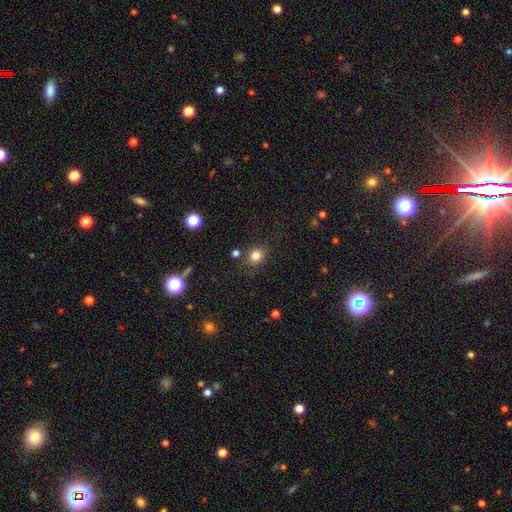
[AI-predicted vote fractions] Smooth or featured?
  - smooth: 81% *
  - star or artifact: 13%
  - featured or disk: 6%
How rounded?
  - round: 75% *
  - in between: 24%
  - cigar-shaped: 1%
Merging?
  - none: 80% *
  - minor disturbance: 11%
  - merger: 5%
  - major disturbance: 4%